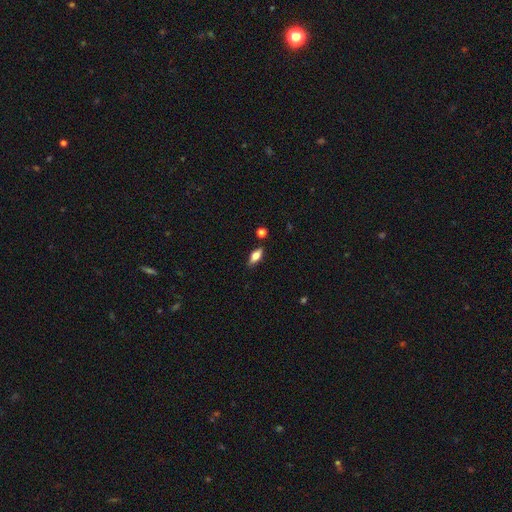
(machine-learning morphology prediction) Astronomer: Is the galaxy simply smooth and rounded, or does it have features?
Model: smooth — 71%.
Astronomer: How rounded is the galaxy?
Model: in between — 78%.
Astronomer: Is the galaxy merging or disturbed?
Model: none — 81%.